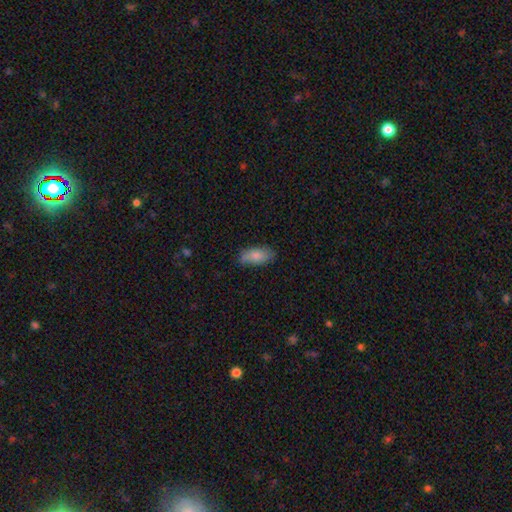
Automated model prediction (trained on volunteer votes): The model was most divided on "merging": none: 74%, minor disturbance: 21%, major disturbance: 4%, merger: 1%. More confident: how rounded — in between (86%); smooth or featured — smooth (82%).